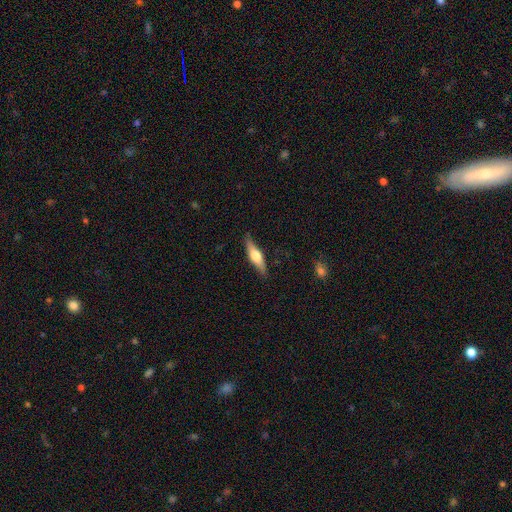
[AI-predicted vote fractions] A featured or disk galaxy (52%) viewed edge-on (93%). Merging: none (85%).